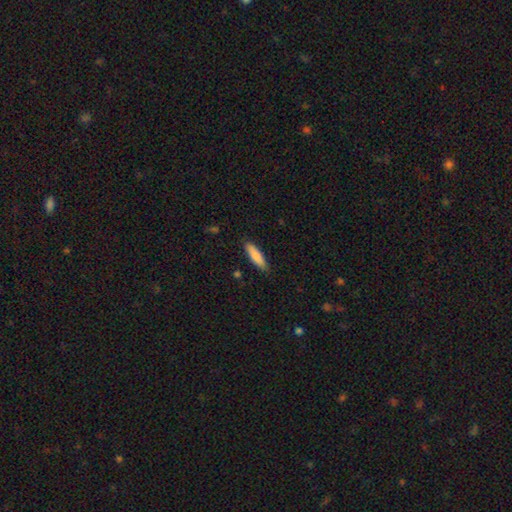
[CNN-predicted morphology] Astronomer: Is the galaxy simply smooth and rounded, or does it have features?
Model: smooth — 86%.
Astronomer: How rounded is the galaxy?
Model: cigar-shaped — 64%.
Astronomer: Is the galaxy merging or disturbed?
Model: none — 87%.